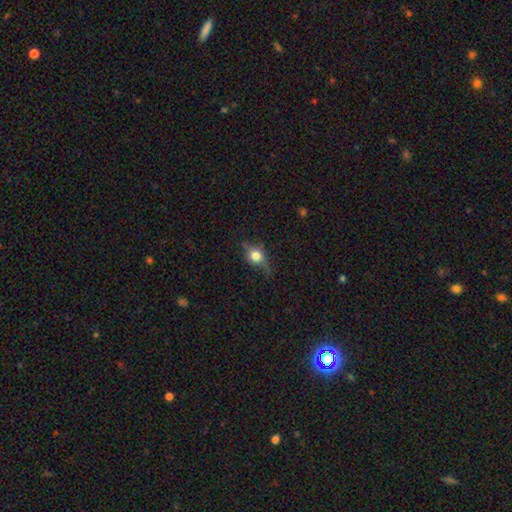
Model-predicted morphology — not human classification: A smooth galaxy with no disk features (62%) that is round (57%). Merging: none (59%).